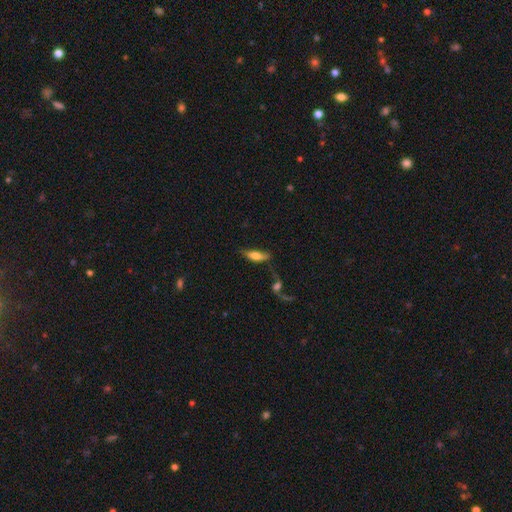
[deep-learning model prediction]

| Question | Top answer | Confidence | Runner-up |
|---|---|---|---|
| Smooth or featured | smooth | 58% | featured or disk (34%) |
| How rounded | in between | 51% | cigar-shaped (46%) |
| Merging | none | 50% | minor disturbance (22%) |